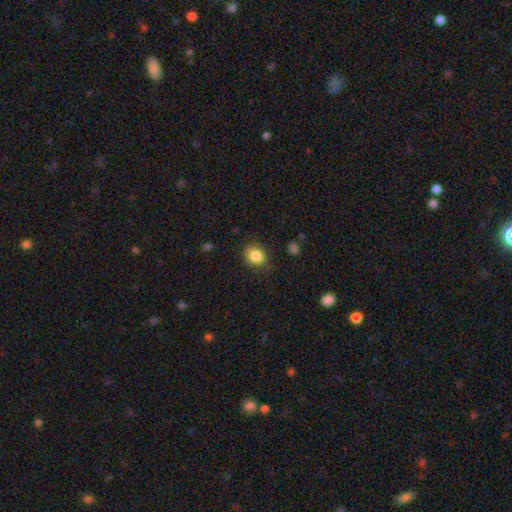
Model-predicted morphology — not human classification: Smooth or featured? smooth (85%)
How rounded? round (60%)
Merging? none (81%)